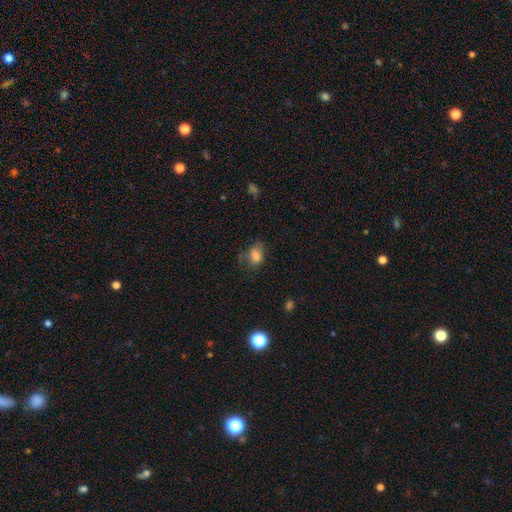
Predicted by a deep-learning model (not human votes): The model was most divided on "merging": none: 49%, minor disturbance: 29%, major disturbance: 20%, merger: 3%. More confident: how rounded — in between (79%); smooth or featured — smooth (77%).